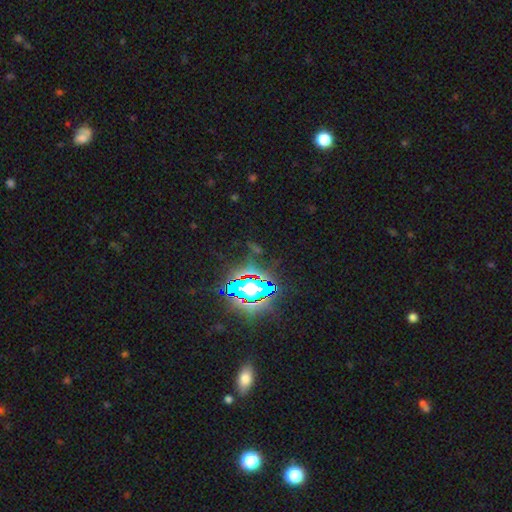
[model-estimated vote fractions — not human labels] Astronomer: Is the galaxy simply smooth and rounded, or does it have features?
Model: star or artifact — 82%.